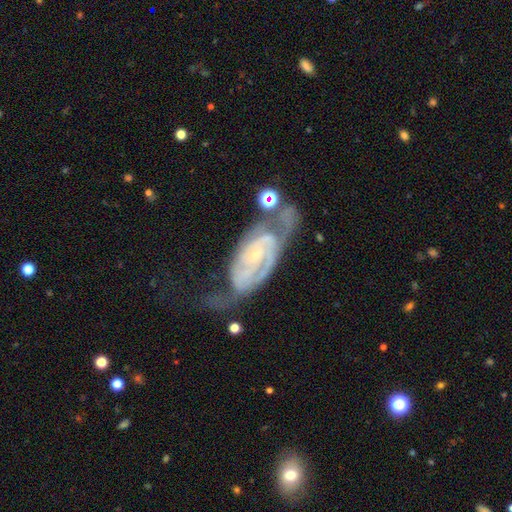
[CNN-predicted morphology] smooth_or_featured: featured or disk (p=0.86) [alt: smooth p=0.08]
disk_edge_on: no (p=0.94) [alt: yes p=0.06]
bar: no (p=0.55) [alt: weak p=0.33]
has_spiral_arms: yes (p=0.95) [alt: no p=0.05]
spiral_winding: tight (p=0.58) [alt: medium p=0.32]
spiral_arm_count: 2 (p=0.60) [alt: can't tell p=0.20]
bulge_size: small (p=0.79) [alt: moderate p=0.12]
merging: none (p=0.33) [alt: major disturbance p=0.30]